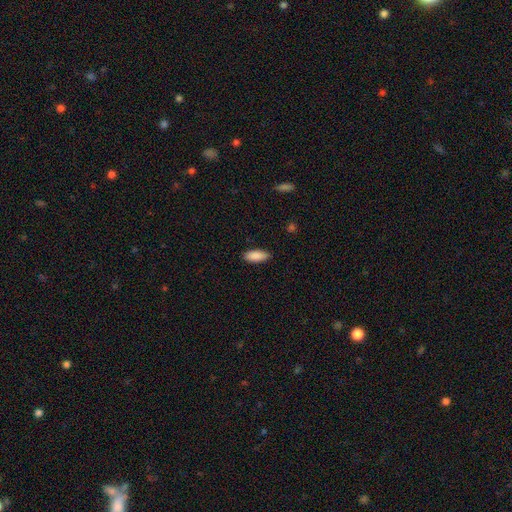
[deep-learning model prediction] smooth_or_featured: smooth (p=0.89) [alt: star or artifact p=0.06]
how_rounded: in between (p=0.78) [alt: cigar-shaped p=0.21]
merging: none (p=0.87) [alt: minor disturbance p=0.10]